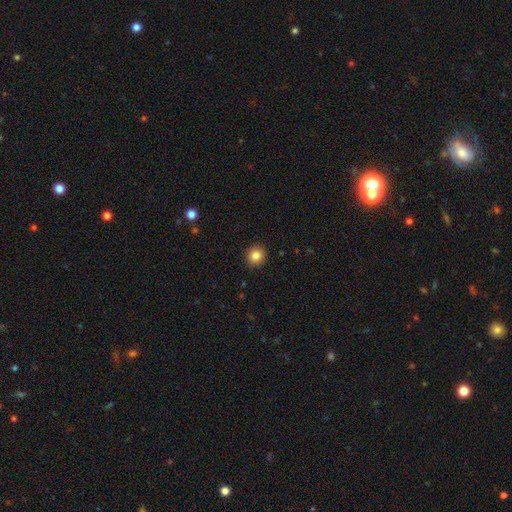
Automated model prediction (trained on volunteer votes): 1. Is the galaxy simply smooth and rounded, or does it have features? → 84% smooth, 10% star or artifact, 5% featured or disk.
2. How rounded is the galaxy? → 91% round, 8% in between, 1% cigar-shaped.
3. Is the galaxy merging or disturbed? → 92% none, 5% minor disturbance, 2% major disturbance, 1% merger.